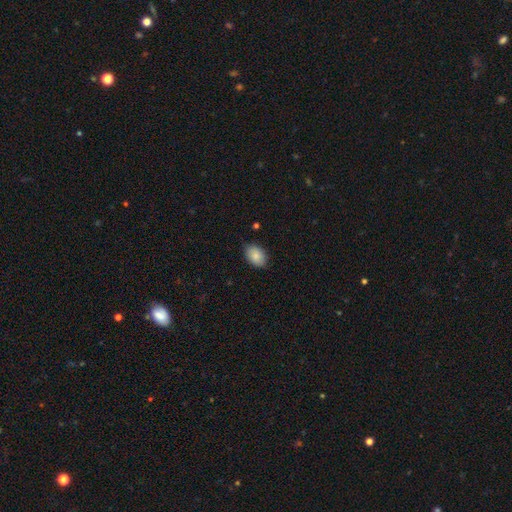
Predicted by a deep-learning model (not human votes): Q: Smooth or featured?
A: smooth (87%); runner-up: star or artifact (7%)
Q: How rounded?
A: in between (86%); runner-up: round (13%)
Q: Merging?
A: none (86%); runner-up: minor disturbance (11%)